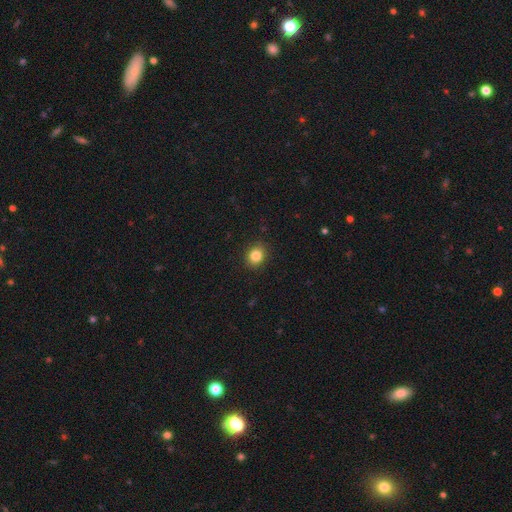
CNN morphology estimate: A smooth galaxy with no disk features (85%) that is round (69%).

Vote fractions:
- Smooth or featured? smooth: 85% / star or artifact: 10% / featured or disk: 5%
- How rounded? round: 69% / in between: 30% / cigar-shaped: 1%
- Merging? none: 90% / minor disturbance: 7% / major disturbance: 2% / merger: 1%